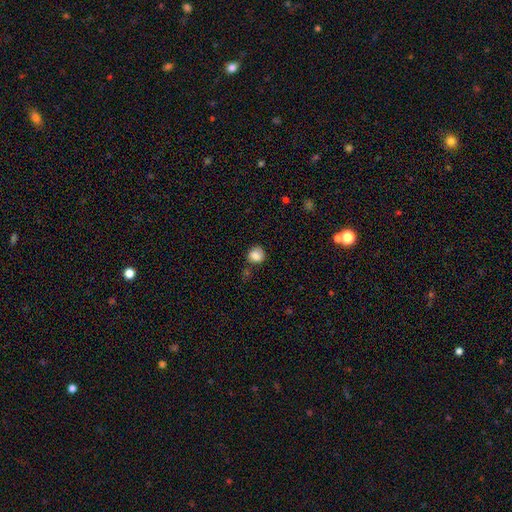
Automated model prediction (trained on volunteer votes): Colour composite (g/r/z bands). It shows a smooth galaxy with no disk features (83%) that is round (78%). Merging: none (65%).